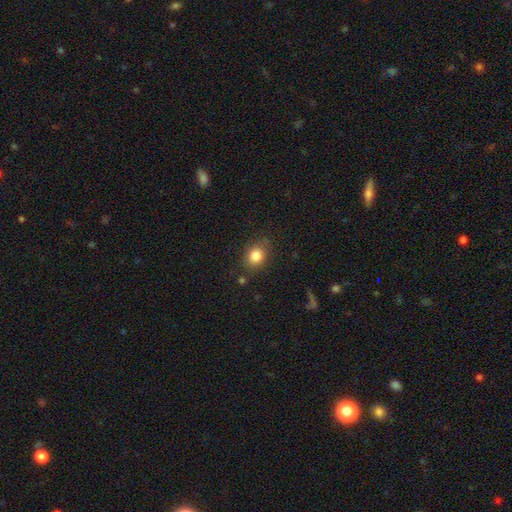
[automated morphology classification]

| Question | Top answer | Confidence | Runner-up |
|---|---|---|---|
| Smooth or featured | smooth | 83% | star or artifact (10%) |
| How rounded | round | 61% | in between (38%) |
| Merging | none | 80% | minor disturbance (14%) |